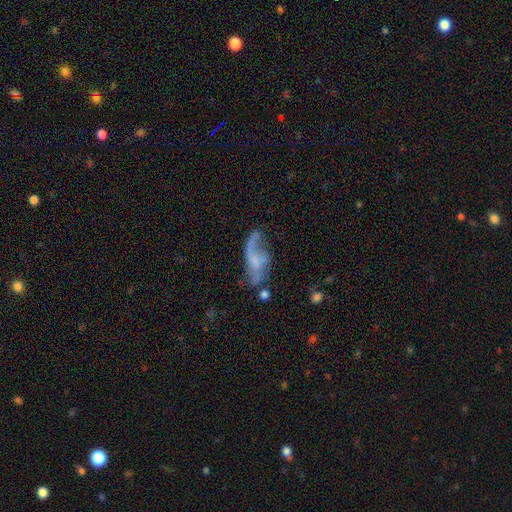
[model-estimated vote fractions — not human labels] smooth-or-featured: featured or disk: 65% | smooth: 21% | star or artifact: 13%
  disk-edge-on: no: 90% | yes: 10%
    bar: no: 67% | weak: 27% | strong: 6%
    has-spiral-arms: yes: 75% | no: 25%
    bulge-size: small: 39% | none: 37% | moderate: 19% | large: 3% | dominant: 2%
  merging: none: 43% | major disturbance: 27% | minor disturbance: 21% | merger: 9%